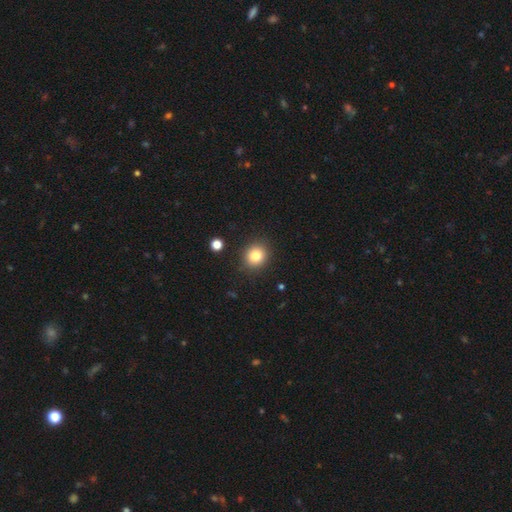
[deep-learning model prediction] Overall: smooth (82%). How rounded: round (80%). Merging: none (88%).